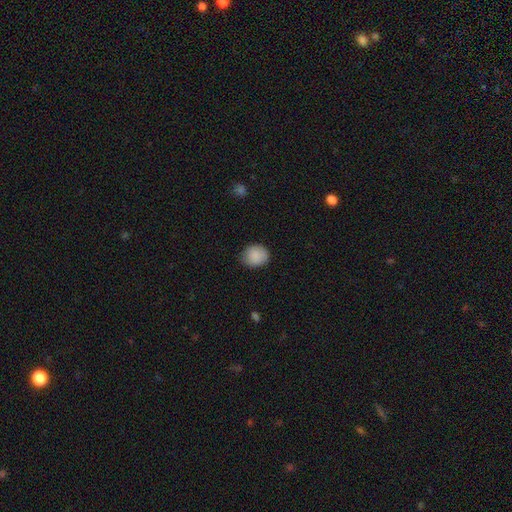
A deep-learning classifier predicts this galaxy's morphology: smooth-or-featured: smooth: 88% | star or artifact: 7% | featured or disk: 4%
  how-rounded: round: 70% | in between: 29% | cigar-shaped: 1%
  merging: none: 78% | minor disturbance: 18% | major disturbance: 3% | merger: 1%